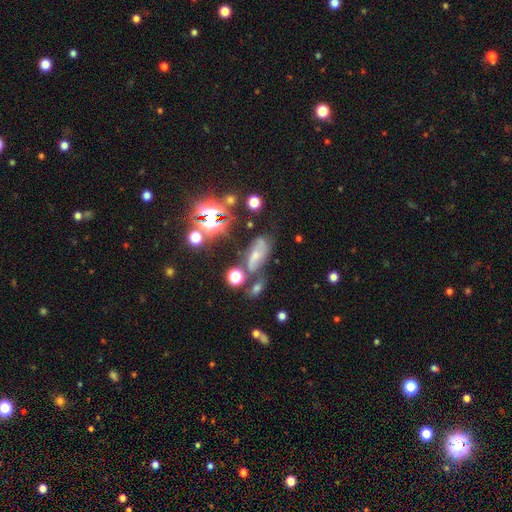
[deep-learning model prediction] Overall: featured or disk (40%; smooth 36%). Merging: none (46%; minor disturbance 23%).